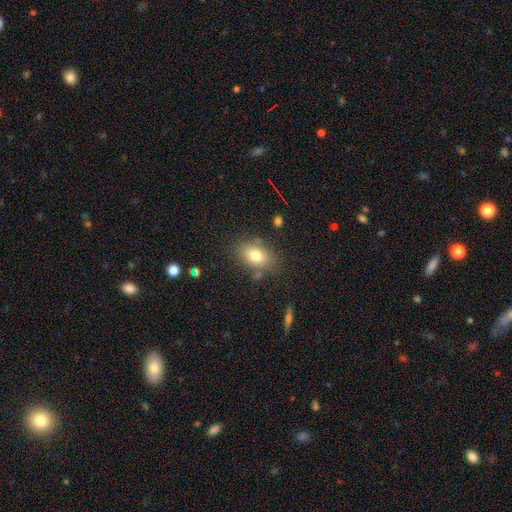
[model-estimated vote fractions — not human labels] smooth-or-featured: smooth: 77% | featured or disk: 13% | star or artifact: 10%
  how-rounded: in between: 78% | round: 20% | cigar-shaped: 2%
  merging: none: 77% | minor disturbance: 14% | merger: 5% | major disturbance: 4%